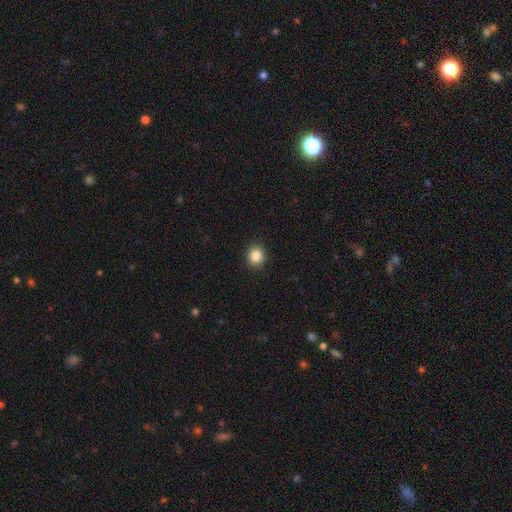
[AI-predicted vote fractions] Smooth or featured?
  - smooth: 86% *
  - star or artifact: 10%
  - featured or disk: 4%
How rounded?
  - round: 78% *
  - in between: 21%
  - cigar-shaped: 1%
Merging?
  - none: 92% *
  - minor disturbance: 6%
  - major disturbance: 2%
  - merger: 1%